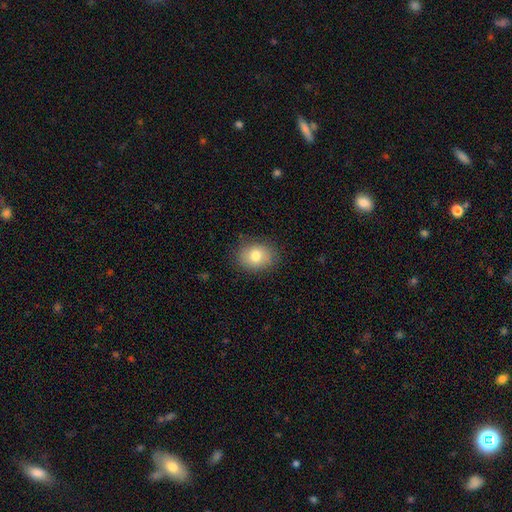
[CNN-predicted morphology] A smooth galaxy with no disk features (79%) that is round (50%). Merging: none (84%).